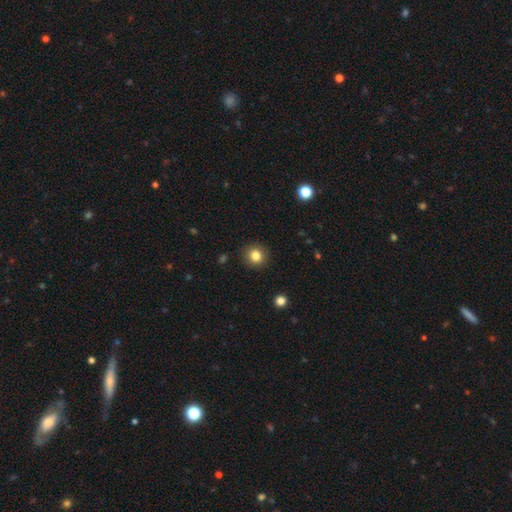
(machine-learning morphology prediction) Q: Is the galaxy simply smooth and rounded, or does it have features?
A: smooth — 83%.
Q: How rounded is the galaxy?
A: round — 90%.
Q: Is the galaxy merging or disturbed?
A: none — 90%.